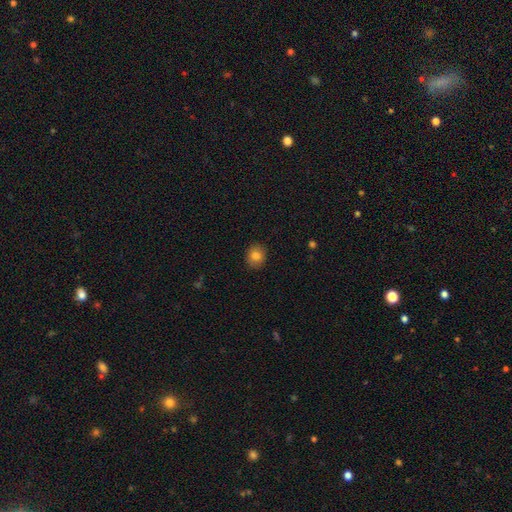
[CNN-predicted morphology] Smooth or featured? smooth (82%)
How rounded? round (72%)
Merging? none (89%)